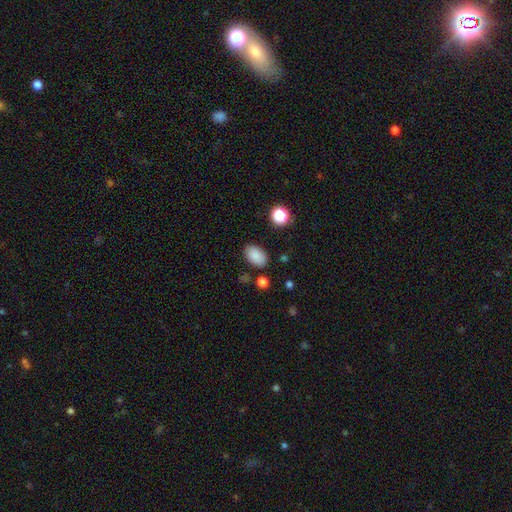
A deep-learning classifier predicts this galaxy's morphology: A smooth galaxy with no disk features (87%) that is in between round and cigar-shaped (89%).

Vote fractions:
- Smooth or featured? smooth: 87% / star or artifact: 9% / featured or disk: 4%
- How rounded? in between: 89% / round: 9% / cigar-shaped: 1%
- Merging? none: 83% / minor disturbance: 11% / major disturbance: 3% / merger: 3%